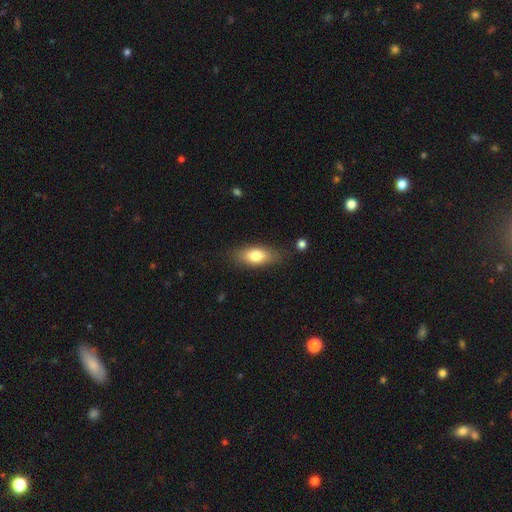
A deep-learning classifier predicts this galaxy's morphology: A smooth galaxy with no disk features (76%) that is in between round and cigar-shaped (80%). Merging: none (81%).